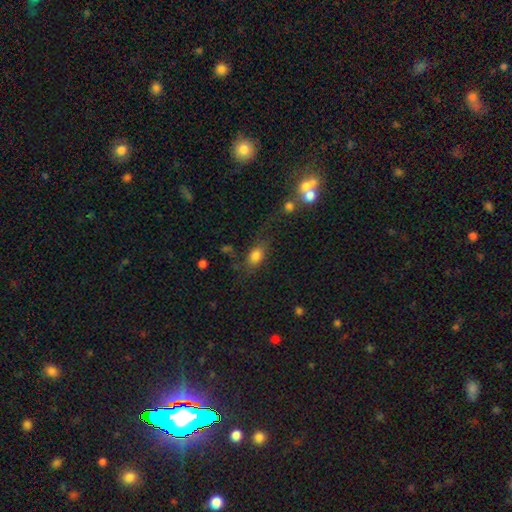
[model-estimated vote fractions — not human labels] This appears to be a smooth galaxy with no disk features (79%) that is in between round and cigar-shaped (75%). Merging: none (59%).